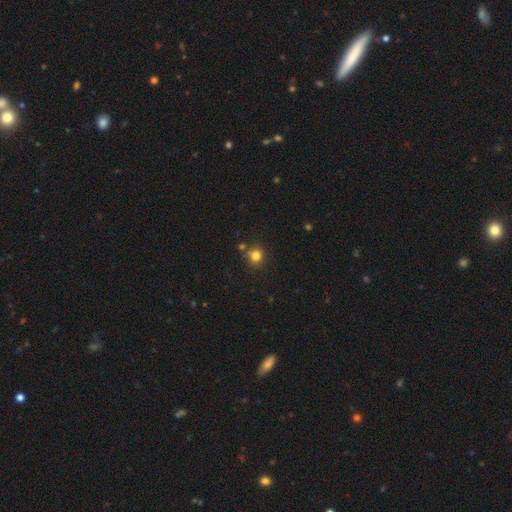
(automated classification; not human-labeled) Smooth or featured? smooth (80%)
How rounded? round (89%)
Merging? none (77%)